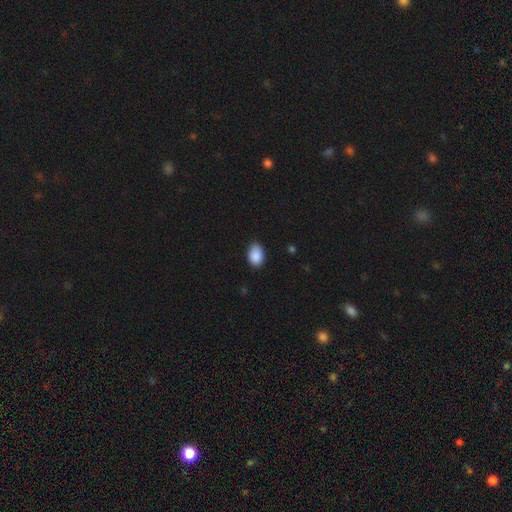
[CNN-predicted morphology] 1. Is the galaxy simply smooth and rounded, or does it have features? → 89% smooth, 7% star or artifact, 3% featured or disk.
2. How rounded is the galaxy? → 84% in between, 15% round, 1% cigar-shaped.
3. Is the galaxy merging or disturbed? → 80% none, 16% minor disturbance, 2% major disturbance, 1% merger.